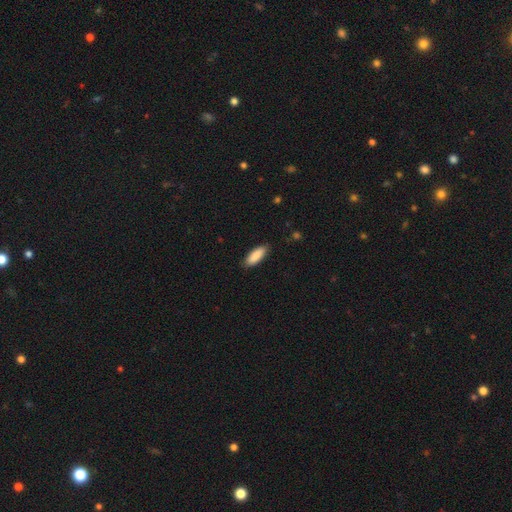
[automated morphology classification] This is clearly a smooth galaxy (89%). How rounded: likely in between (70%). Merging: clearly none (86%).